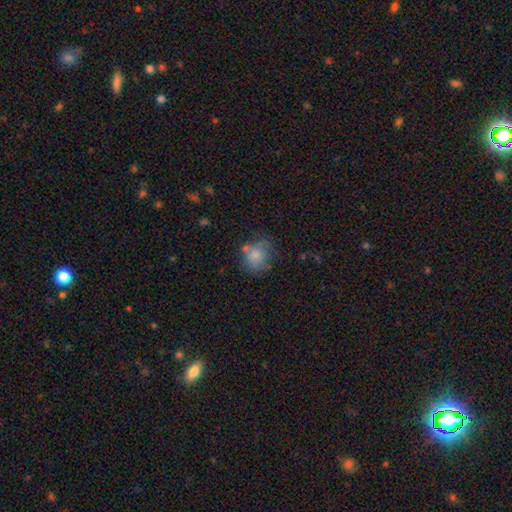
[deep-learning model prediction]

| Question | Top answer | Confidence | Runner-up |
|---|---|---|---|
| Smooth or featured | smooth | 68% | featured or disk (23%) |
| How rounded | round | 73% | in between (26%) |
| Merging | none | 49% | minor disturbance (26%) |